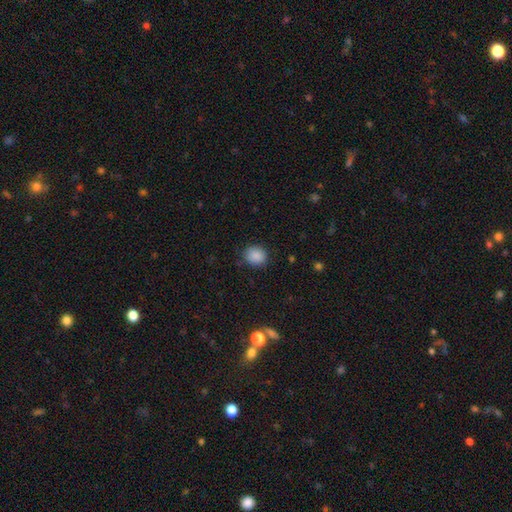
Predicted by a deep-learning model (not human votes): Smooth or featured?
  - smooth: 87% *
  - star or artifact: 9%
  - featured or disk: 3%
How rounded?
  - round: 76% *
  - in between: 23%
  - cigar-shaped: 1%
Merging?
  - none: 85% *
  - minor disturbance: 11%
  - major disturbance: 3%
  - merger: 1%